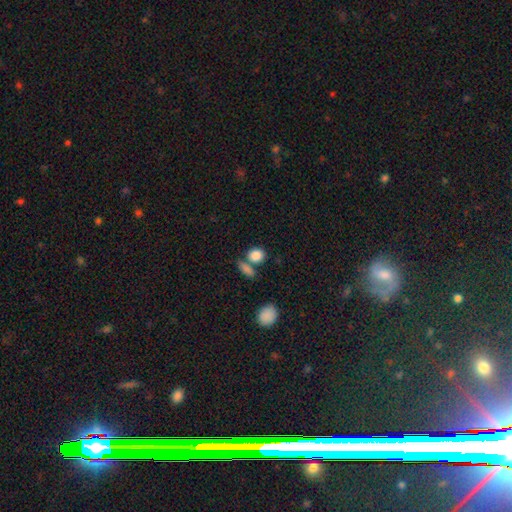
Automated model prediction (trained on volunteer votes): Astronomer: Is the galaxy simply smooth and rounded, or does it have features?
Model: smooth — 86%.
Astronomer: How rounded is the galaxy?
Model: round — 62%.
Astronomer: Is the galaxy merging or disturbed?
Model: none — 58%.